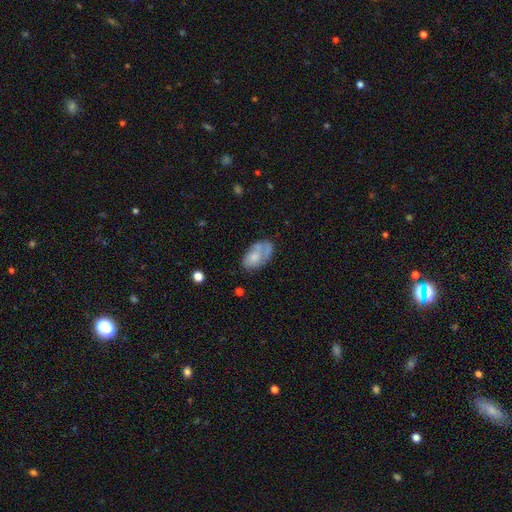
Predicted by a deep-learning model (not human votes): The model was most divided on "merging": none: 41%, minor disturbance: 27%, major disturbance: 21%, merger: 11%. More confident: how rounded — in between (91%); smooth or featured — smooth (54%).